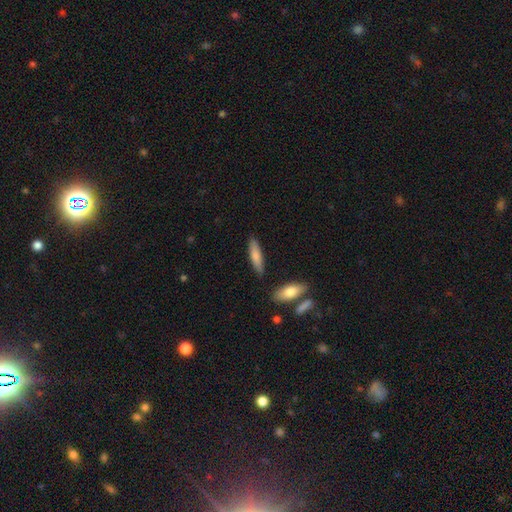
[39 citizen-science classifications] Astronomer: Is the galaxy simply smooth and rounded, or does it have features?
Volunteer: smooth — 87%.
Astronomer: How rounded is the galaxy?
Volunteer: cigar-shaped — 74%.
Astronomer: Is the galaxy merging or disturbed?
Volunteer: none — 92%.